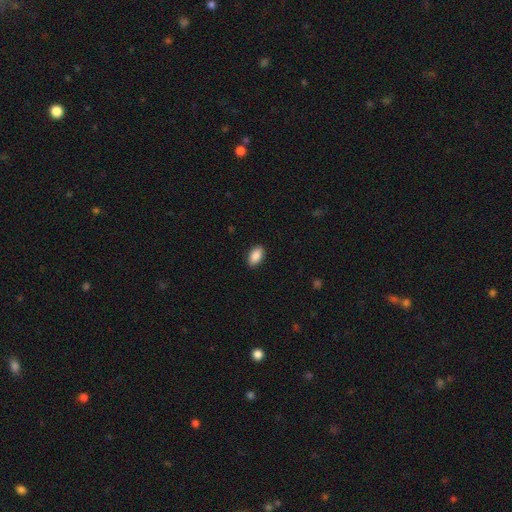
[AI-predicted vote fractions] Smooth or featured? Predicted: smooth (p=0.89). How rounded? Predicted: in between (p=0.93). Merging? Predicted: none (p=0.90).